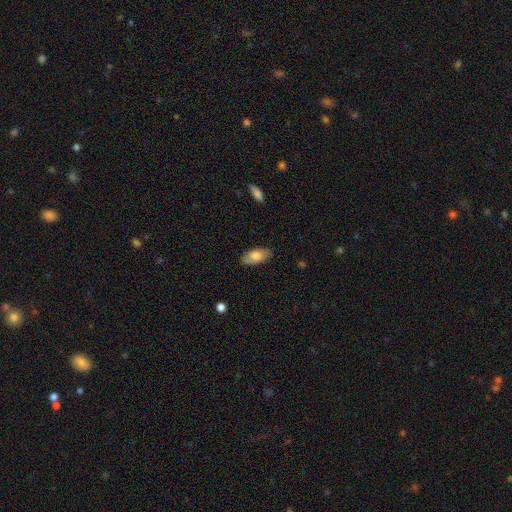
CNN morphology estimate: Smooth or featured: smooth — 77% (featured or disk — 17%)
How rounded: in between — 91% (cigar-shaped — 6%)
Merging: none — 85% (minor disturbance — 12%)